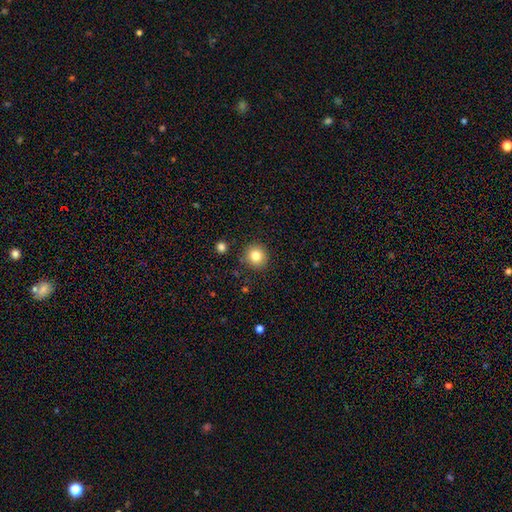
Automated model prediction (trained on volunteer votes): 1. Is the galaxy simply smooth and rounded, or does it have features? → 82% smooth, 11% star or artifact, 8% featured or disk.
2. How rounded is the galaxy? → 91% round, 8% in between, 1% cigar-shaped.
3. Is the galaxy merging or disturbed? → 88% none, 7% minor disturbance, 2% merger, 2% major disturbance.